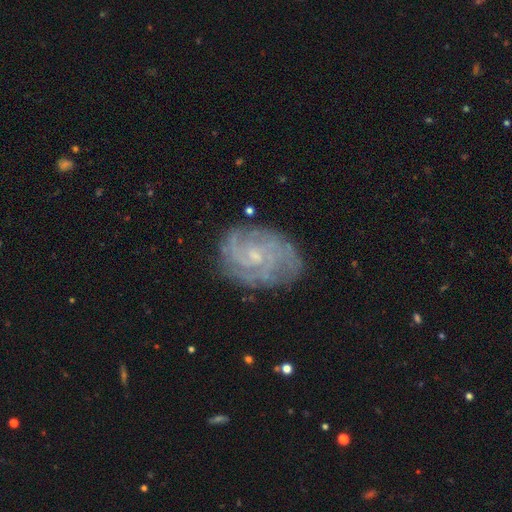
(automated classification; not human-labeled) smooth_or_featured: featured or disk (p=0.80) [alt: smooth p=0.13]
disk_edge_on: no (p=0.97) [alt: yes p=0.03]
bar: no (p=0.66) [alt: weak p=0.30]
has_spiral_arms: yes (p=0.92) [alt: no p=0.08]
spiral_winding: tight (p=0.62) [alt: medium p=0.29]
spiral_arm_count: can't tell (p=0.39) [alt: 2 p=0.17]
bulge_size: small (p=0.70) [alt: moderate p=0.21]
merging: none (p=0.75) [alt: minor disturbance p=0.17]